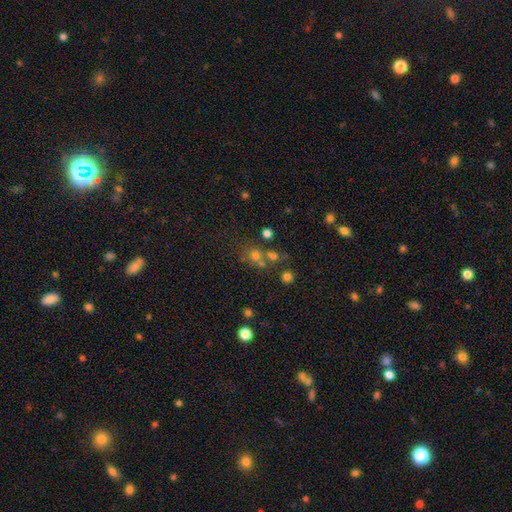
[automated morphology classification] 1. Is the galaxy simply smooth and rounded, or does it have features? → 47% smooth, 39% star or artifact, 14% featured or disk.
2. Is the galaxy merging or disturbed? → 55% none, 31% merger, 9% minor disturbance, 6% major disturbance.